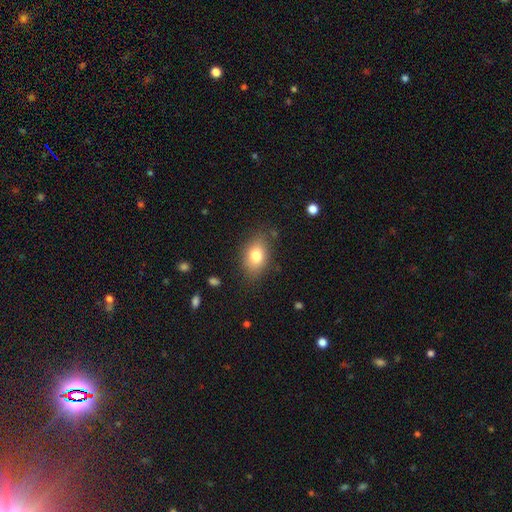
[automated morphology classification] smooth-or-featured: smooth: 78% | featured or disk: 13% | star or artifact: 9%
  how-rounded: in between: 79% | round: 19% | cigar-shaped: 2%
  merging: none: 80% | minor disturbance: 14% | major disturbance: 4% | merger: 2%